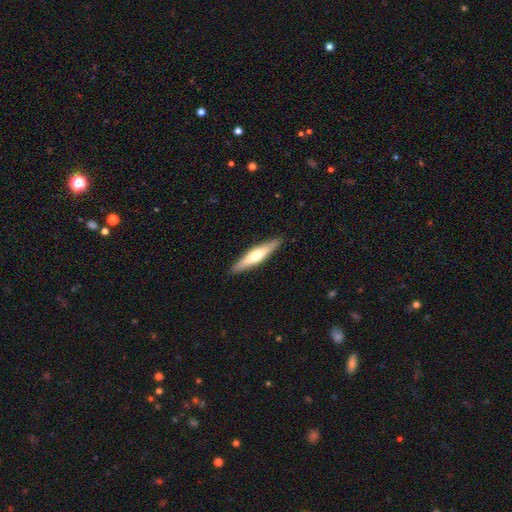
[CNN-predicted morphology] smooth-or-featured: featured or disk: 48% | smooth: 47% | star or artifact: 5%
  merging: none: 90% | minor disturbance: 7% | major disturbance: 1% | merger: 1%